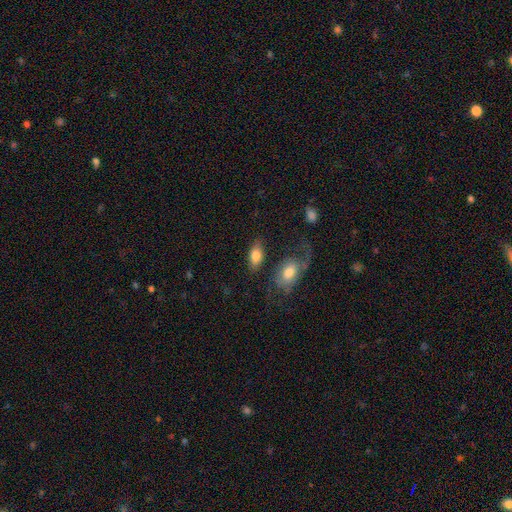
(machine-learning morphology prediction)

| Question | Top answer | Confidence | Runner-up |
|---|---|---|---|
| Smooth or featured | smooth | 78% | featured or disk (15%) |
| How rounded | in between | 90% | round (5%) |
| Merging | none | 71% | minor disturbance (13%) |